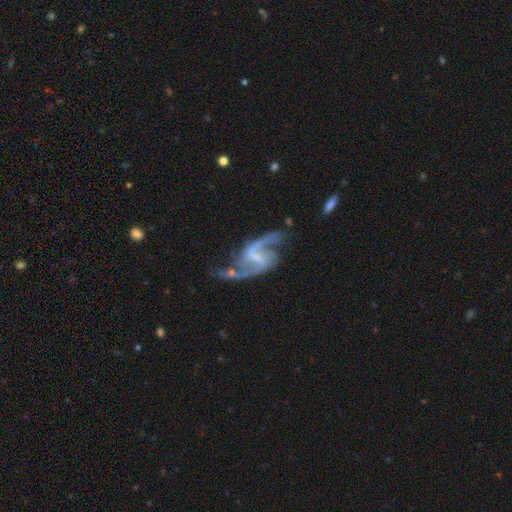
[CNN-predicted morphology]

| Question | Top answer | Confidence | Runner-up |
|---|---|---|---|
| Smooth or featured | featured or disk | 92% | star or artifact (5%) |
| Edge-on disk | no | 98% | yes (2%) |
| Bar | weak | 51% | strong (31%) |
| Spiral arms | yes | 97% | no (3%) |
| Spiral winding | loose | 66% | medium (29%) |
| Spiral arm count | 2 | 92% | 3 (2%) |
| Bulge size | small | 51% | none (32%) |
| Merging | none | 59% | minor disturbance (18%) |